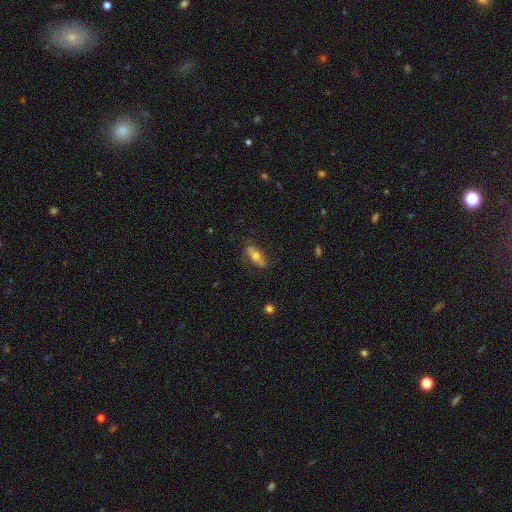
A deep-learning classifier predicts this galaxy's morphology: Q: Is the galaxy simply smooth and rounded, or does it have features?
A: featured or disk — 47%.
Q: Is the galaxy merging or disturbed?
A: none — 70%.